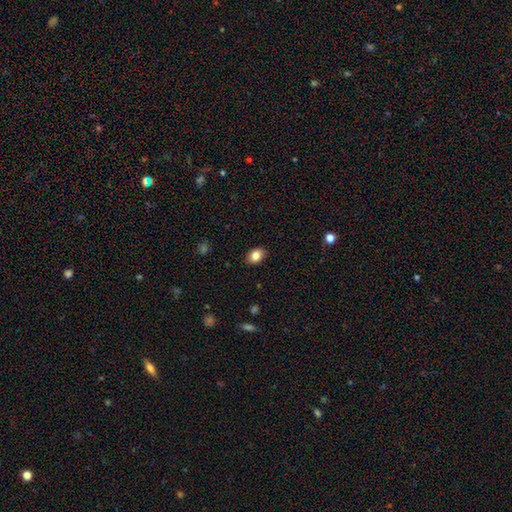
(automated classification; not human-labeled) Smooth or featured: smooth — 84% (star or artifact — 9%)
How rounded: in between — 71% (round — 28%)
Merging: none — 87% (minor disturbance — 9%)